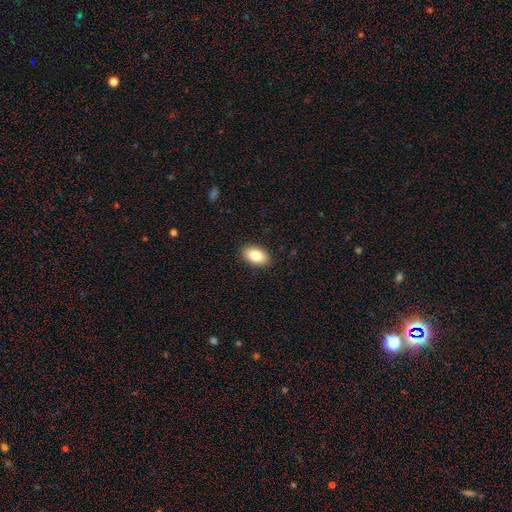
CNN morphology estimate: Smooth or featured? Predicted: smooth (p=0.85). How rounded? Predicted: in between (p=0.93). Merging? Predicted: none (p=0.90).